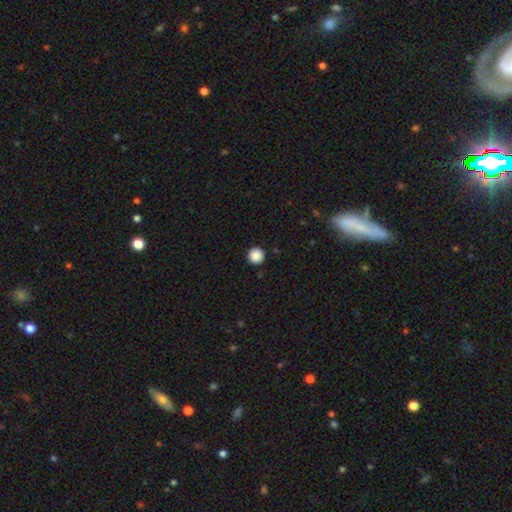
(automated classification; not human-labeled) Smooth or featured: smooth — 88% (star or artifact — 9%)
How rounded: round — 97% (in between — 2%)
Merging: none — 93% (minor disturbance — 4%)